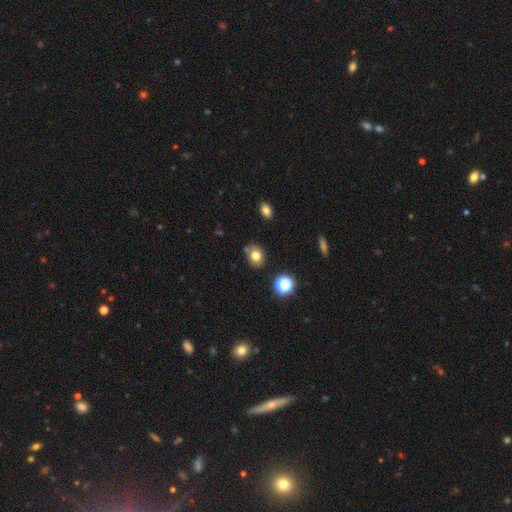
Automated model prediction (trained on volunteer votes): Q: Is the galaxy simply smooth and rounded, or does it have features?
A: smooth — 76%.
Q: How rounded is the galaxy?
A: round — 59%.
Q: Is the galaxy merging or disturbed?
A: none — 75%.